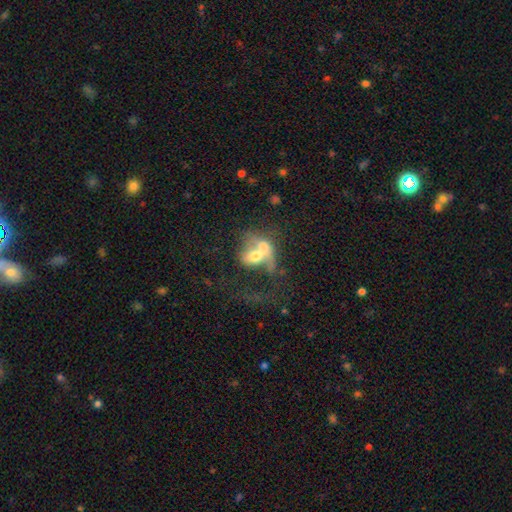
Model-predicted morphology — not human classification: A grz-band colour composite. It shows a smooth galaxy with no disk features (52%) that is in between round and cigar-shaped (59%). Merging: merger (74%).